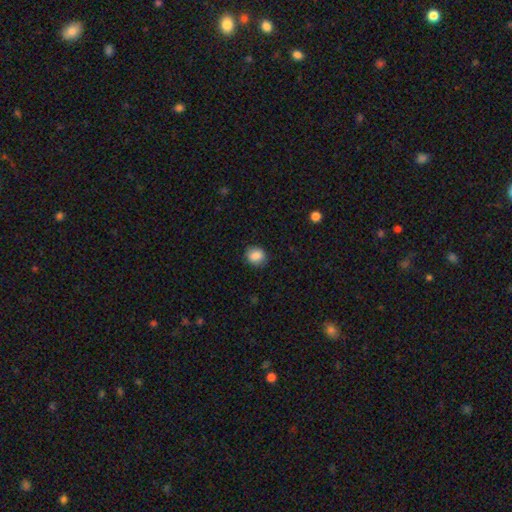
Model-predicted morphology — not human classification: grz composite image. It shows a smooth galaxy with no disk features (87%) that is round (74%). Merging: none (85%).